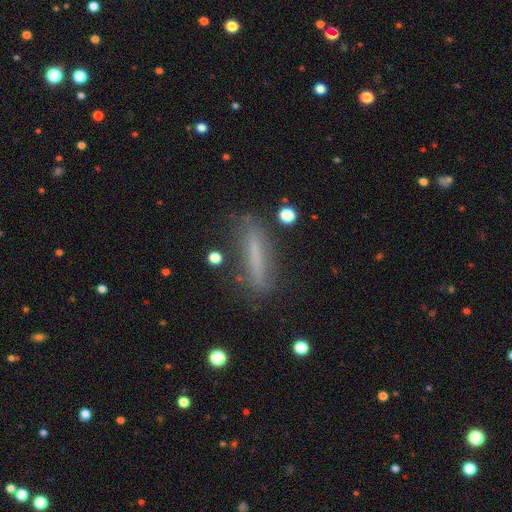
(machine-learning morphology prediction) A smooth galaxy with no disk features (58%) that is cigar-shaped (85%).

Vote fractions:
- Smooth or featured? smooth: 58% / featured or disk: 31% / star or artifact: 11%
- How rounded? cigar-shaped: 85% / in between: 13% / round: 2%
- Merging? none: 73% / minor disturbance: 17% / major disturbance: 7% / merger: 4%